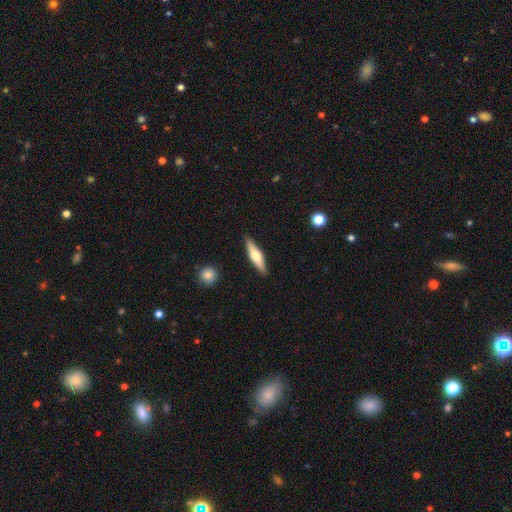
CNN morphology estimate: A featured or disk galaxy (50%) viewed edge-on (94%).

Vote fractions:
- Smooth or featured? featured or disk: 50% / smooth: 45% / star or artifact: 5%
- Edge-on disk? yes: 94% / no: 6%
- Merging? none: 89% / minor disturbance: 7% / major disturbance: 2% / merger: 1%